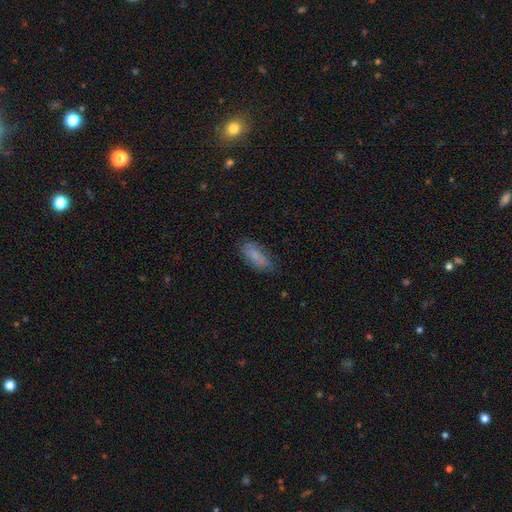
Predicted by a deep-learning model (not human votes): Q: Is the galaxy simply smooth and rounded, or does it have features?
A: smooth — 79%.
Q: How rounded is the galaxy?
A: in between — 78%.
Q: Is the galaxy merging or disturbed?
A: none — 68%.